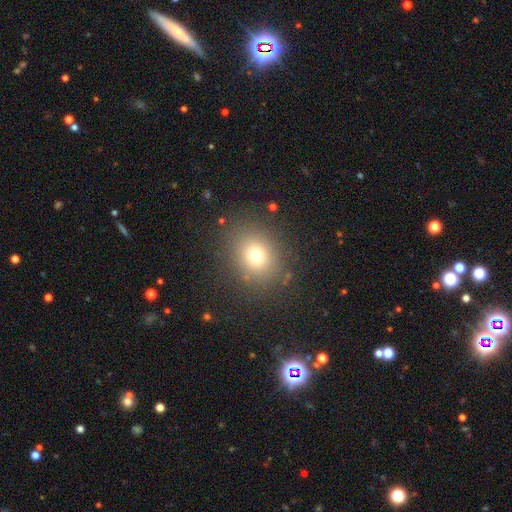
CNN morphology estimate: smooth_or_featured: smooth (p=0.72) [alt: star or artifact p=0.17]
how_rounded: round (p=0.72) [alt: in between p=0.27]
merging: none (p=0.85) [alt: minor disturbance p=0.08]